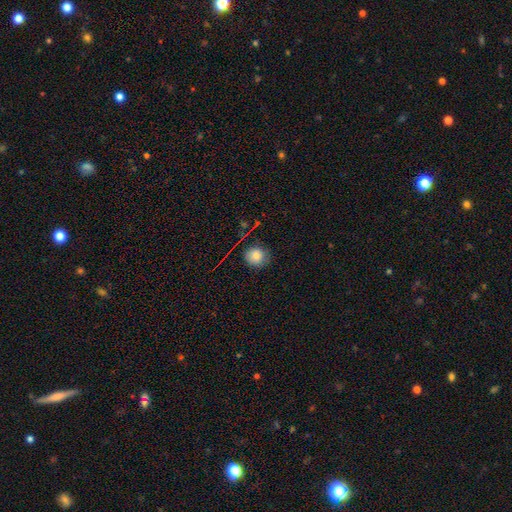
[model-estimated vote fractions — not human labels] smooth 80%, star or artifact 13%, featured or disk 7%. Down the decision tree: how rounded — round (87%); merging — none (81%).